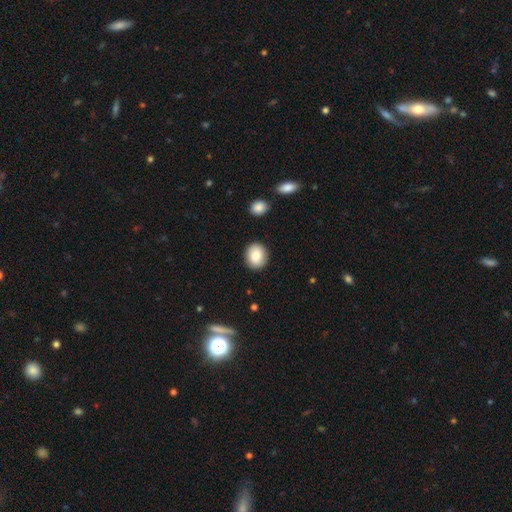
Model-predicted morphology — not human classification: The model was most divided on "how rounded": round: 64%, in between: 35%, cigar-shaped: 1%. More confident: merging — none (89%); smooth or featured — smooth (83%).